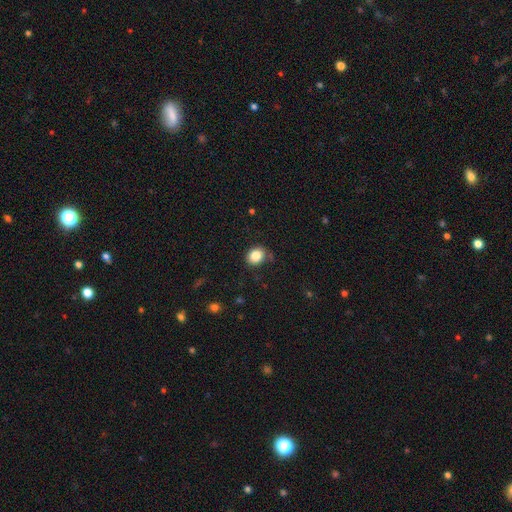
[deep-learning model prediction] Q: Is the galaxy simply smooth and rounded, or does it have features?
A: smooth — 85%.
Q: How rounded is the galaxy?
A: round — 51%.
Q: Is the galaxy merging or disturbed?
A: none — 78%.